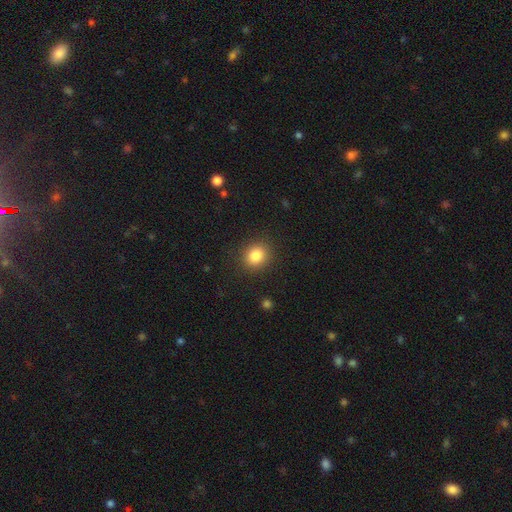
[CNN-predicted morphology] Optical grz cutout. It shows a smooth galaxy with no disk features (83%) that is round (73%). Merging: none (88%).